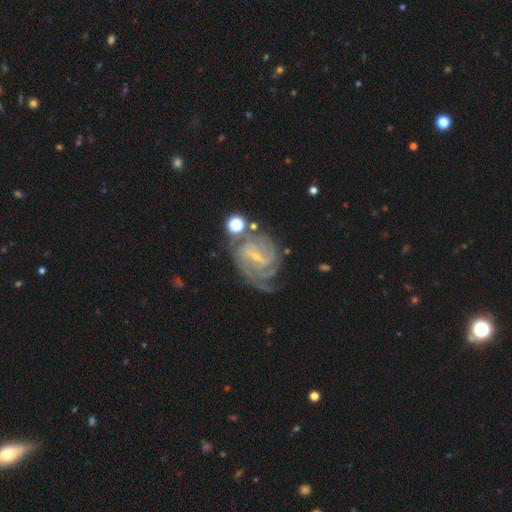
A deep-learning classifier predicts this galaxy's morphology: This is clearly a featured or disk galaxy (89%). It is clearly not viewed edge-on (97%). Bar: possibly weak (47%). Spiral arm pattern: clearly yes (97%). Spiral arm count: marginally 2 (27%). Spiral winding: possibly tight (60%). Central bulge: likely small (71%). Merging: likely none (61%).